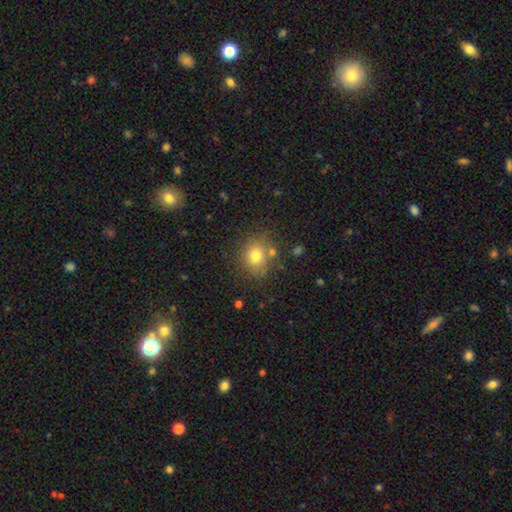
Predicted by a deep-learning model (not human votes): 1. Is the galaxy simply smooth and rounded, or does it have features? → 76% smooth, 14% star or artifact, 10% featured or disk.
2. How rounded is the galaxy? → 69% round, 30% in between, 1% cigar-shaped.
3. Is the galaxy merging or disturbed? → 76% none, 13% minor disturbance, 7% merger, 4% major disturbance.